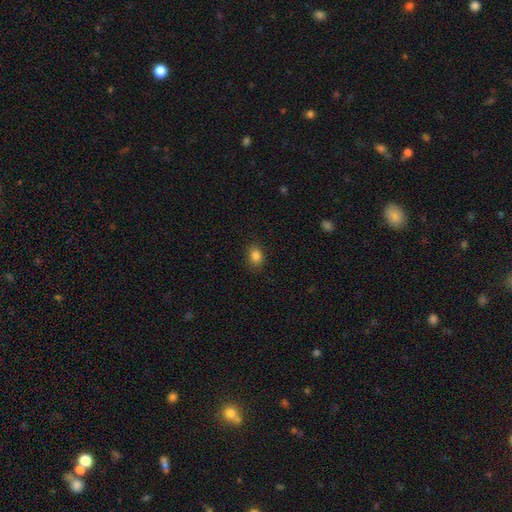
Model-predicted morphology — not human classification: This is clearly a smooth galaxy (84%). How rounded: possibly round (50%). Merging: clearly none (87%).